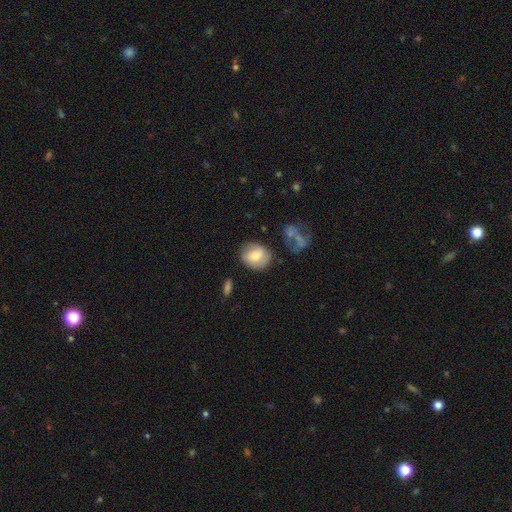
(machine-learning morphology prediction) Smooth or featured? smooth (70%)
How rounded? round (66%)
Merging? none (74%)